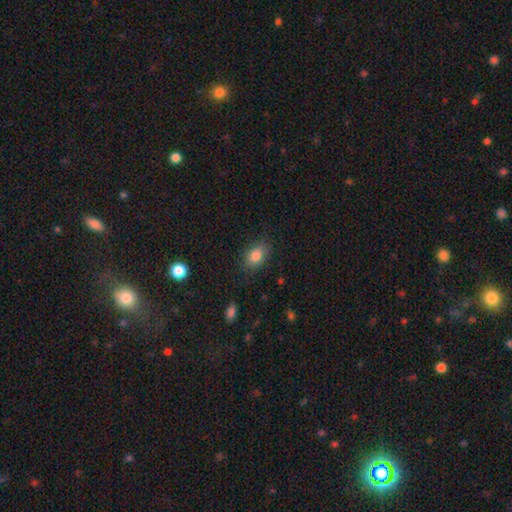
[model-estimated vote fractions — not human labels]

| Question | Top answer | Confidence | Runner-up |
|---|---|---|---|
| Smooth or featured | smooth | 83% | star or artifact (9%) |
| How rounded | in between | 80% | round (18%) |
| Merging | none | 78% | minor disturbance (16%) |